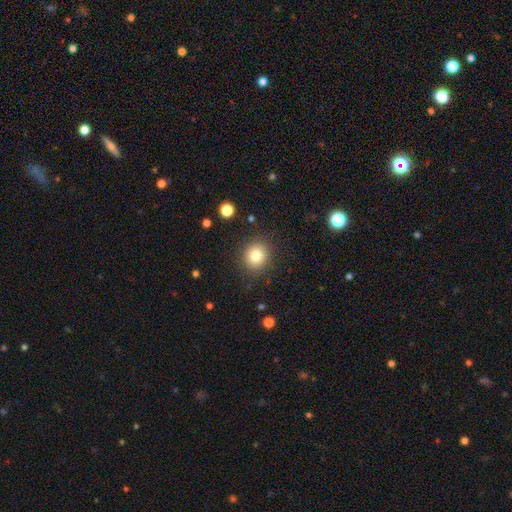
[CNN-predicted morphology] The model was most divided on "smooth or featured": smooth: 81%, star or artifact: 12%, featured or disk: 8%. More confident: merging — none (88%); how rounded — round (86%).